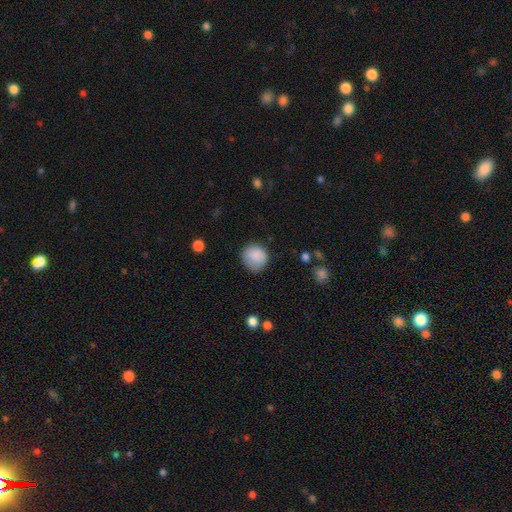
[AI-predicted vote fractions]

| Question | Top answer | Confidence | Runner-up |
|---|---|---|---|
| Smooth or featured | smooth | 87% | star or artifact (8%) |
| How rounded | round | 86% | in between (13%) |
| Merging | none | 77% | minor disturbance (17%) |